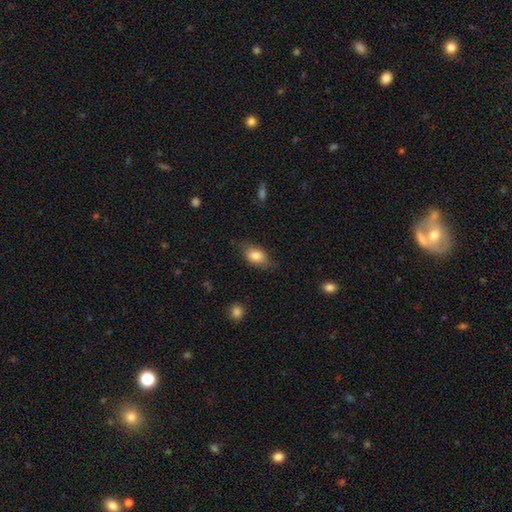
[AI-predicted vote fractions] Smooth or featured? smooth (81%)
How rounded? in between (88%)
Merging? none (76%)